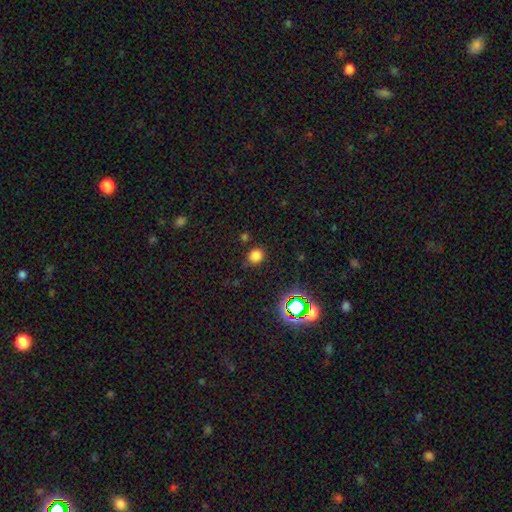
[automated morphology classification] Smooth or featured? smooth (77%)
How rounded? round (79%)
Merging? none (82%)